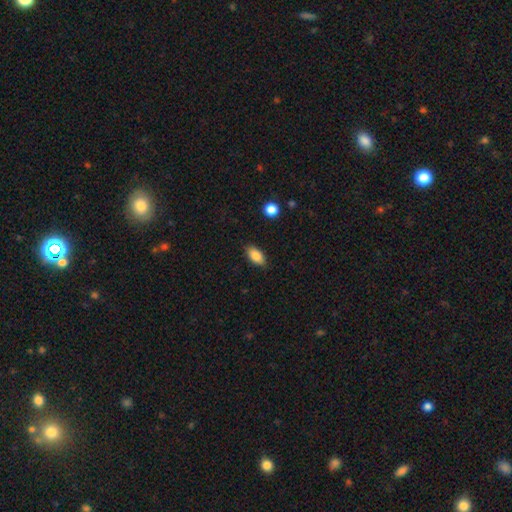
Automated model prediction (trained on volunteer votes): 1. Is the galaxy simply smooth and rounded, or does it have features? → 86% smooth, 8% star or artifact, 7% featured or disk.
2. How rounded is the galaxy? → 90% in between, 6% cigar-shaped, 4% round.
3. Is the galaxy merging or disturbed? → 87% none, 10% minor disturbance, 2% major disturbance, 1% merger.